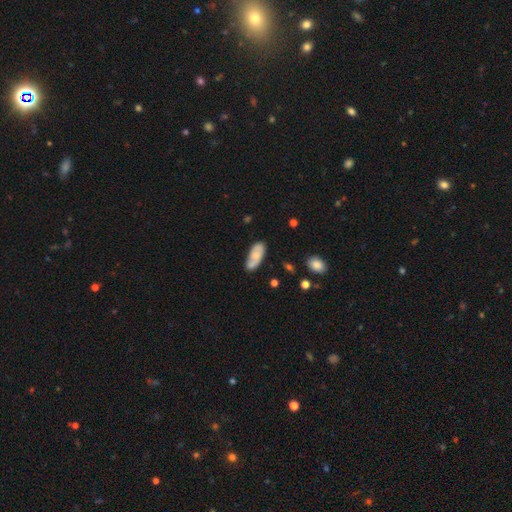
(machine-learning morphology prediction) The model was most divided on "smooth or featured": smooth: 57%, featured or disk: 37%, star or artifact: 6%. More confident: how rounded — in between (85%); merging — none (58%).